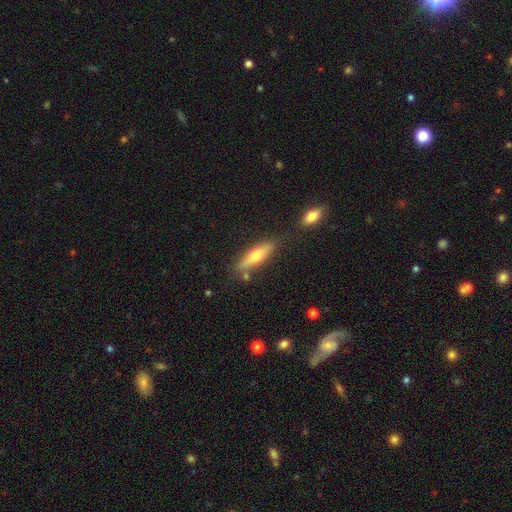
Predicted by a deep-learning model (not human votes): smooth_or_featured: smooth (p=0.56) [alt: featured or disk p=0.37]
how_rounded: cigar-shaped (p=0.64) [alt: in between p=0.34]
merging: none (p=0.76) [alt: minor disturbance p=0.13]